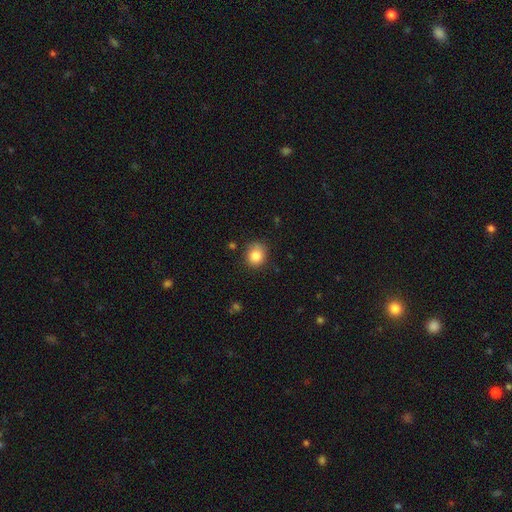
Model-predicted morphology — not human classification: smooth-or-featured: smooth: 82% | star or artifact: 10% | featured or disk: 7%
  how-rounded: round: 81% | in between: 18% | cigar-shaped: 1%
  merging: none: 77% | minor disturbance: 17% | major disturbance: 4% | merger: 2%